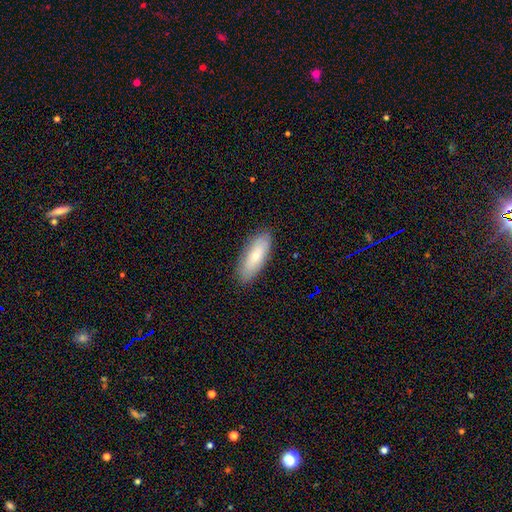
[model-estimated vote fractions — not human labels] Morphology: type=smooth (71%); roundness=in between (74%); merging=none (86%).